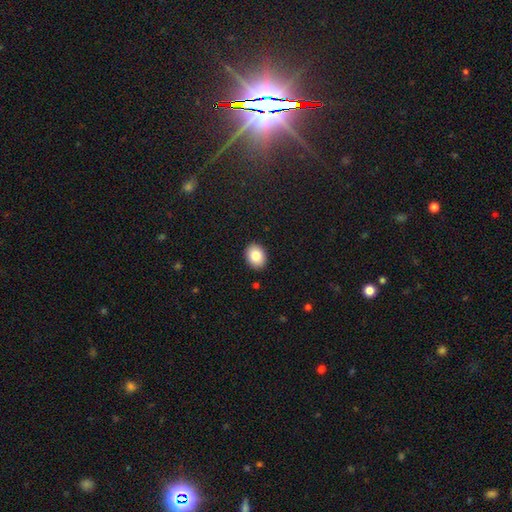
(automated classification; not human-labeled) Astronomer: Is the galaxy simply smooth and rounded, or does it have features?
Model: smooth — 84%.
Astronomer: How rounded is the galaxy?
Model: in between — 65%.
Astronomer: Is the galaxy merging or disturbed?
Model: none — 91%.